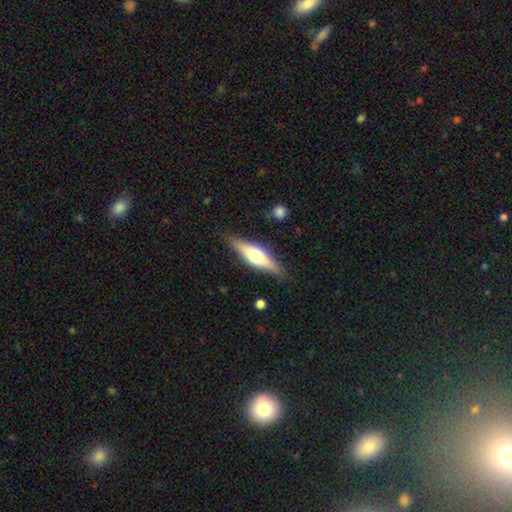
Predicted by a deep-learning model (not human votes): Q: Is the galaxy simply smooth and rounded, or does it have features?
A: featured or disk — 55%.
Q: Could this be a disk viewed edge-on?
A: yes — 92%.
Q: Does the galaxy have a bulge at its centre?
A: rounded — 93%.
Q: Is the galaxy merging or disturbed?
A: none — 85%.